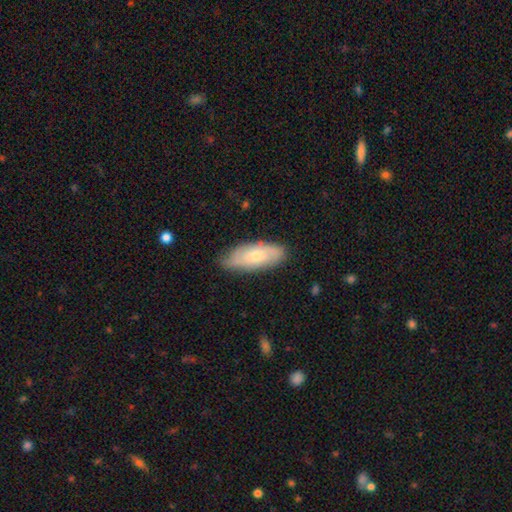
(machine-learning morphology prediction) smooth-or-featured: smooth: 56% | featured or disk: 38% | star or artifact: 6%
  how-rounded: in between: 81% | cigar-shaped: 17% | round: 2%
  merging: none: 74% | minor disturbance: 21% | major disturbance: 4% | merger: 1%